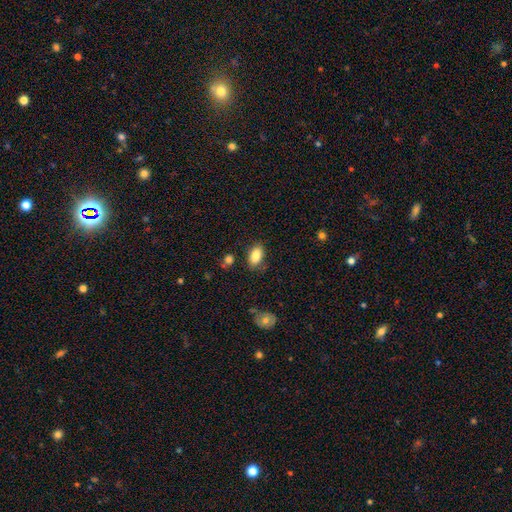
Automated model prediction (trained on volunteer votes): Smooth or featured? Predicted: smooth (p=0.85). How rounded? Predicted: in between (p=0.92). Merging? Predicted: none (p=0.81).